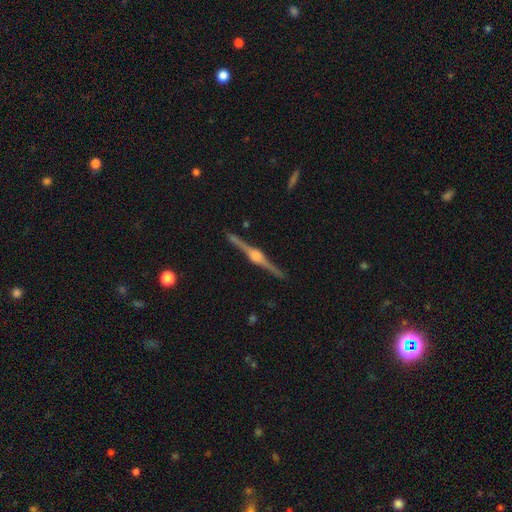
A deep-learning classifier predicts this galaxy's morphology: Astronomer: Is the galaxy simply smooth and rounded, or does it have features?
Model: featured or disk — 89%.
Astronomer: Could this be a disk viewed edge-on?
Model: yes — 98%.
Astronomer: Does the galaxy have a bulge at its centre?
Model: rounded — 86%.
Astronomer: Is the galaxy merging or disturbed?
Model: none — 90%.